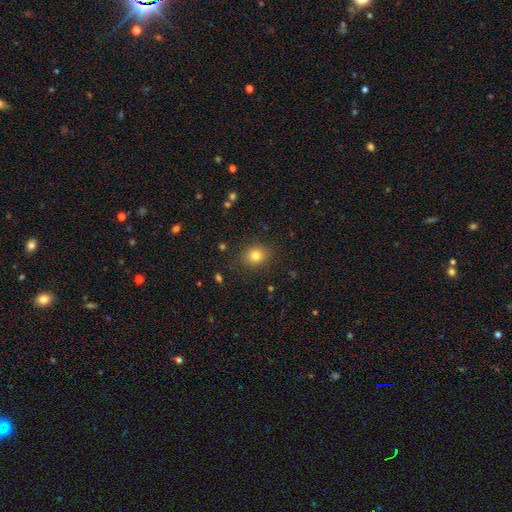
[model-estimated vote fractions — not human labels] smooth-or-featured: smooth: 80% | star or artifact: 12% | featured or disk: 8%
  how-rounded: round: 65% | in between: 34% | cigar-shaped: 1%
  merging: none: 88% | minor disturbance: 8% | major disturbance: 3% | merger: 1%